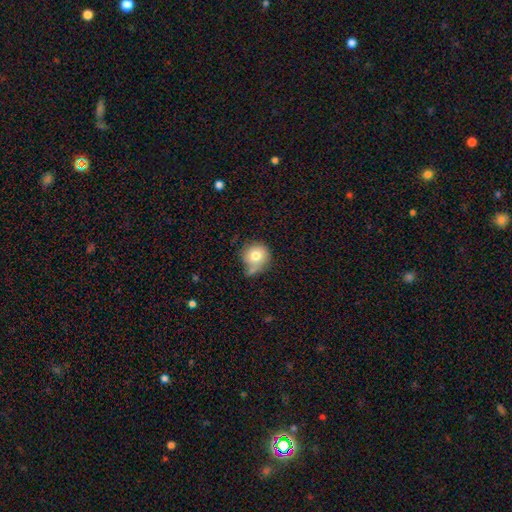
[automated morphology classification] type=smooth (77%); roundness=round (90%); merging=none (52%).